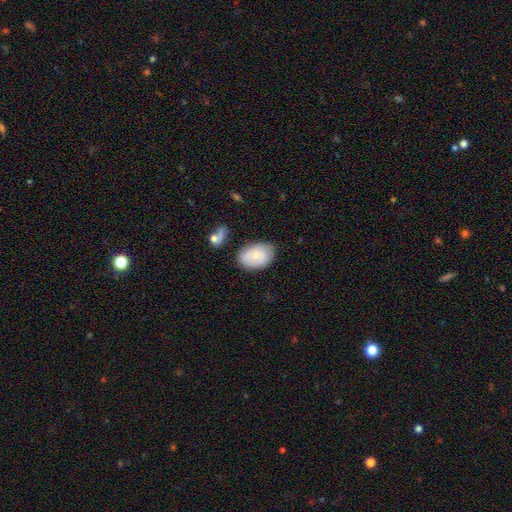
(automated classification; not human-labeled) Q: Smooth or featured?
A: smooth (72%); runner-up: featured or disk (21%)
Q: How rounded?
A: in between (84%); runner-up: round (14%)
Q: Merging?
A: none (71%); runner-up: minor disturbance (20%)